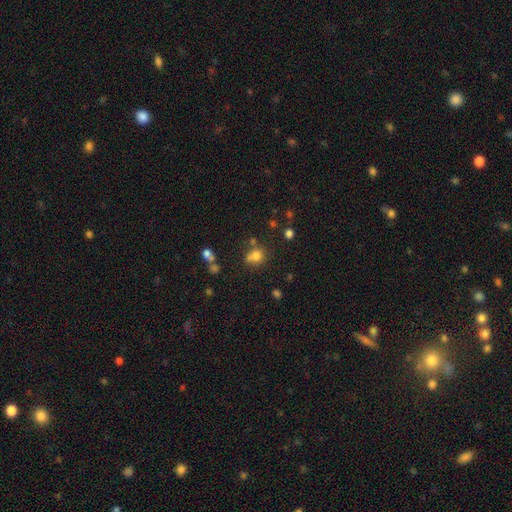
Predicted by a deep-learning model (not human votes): This appears to be a smooth galaxy with no disk features (74%) that is round (77%). Merging: none (54%).